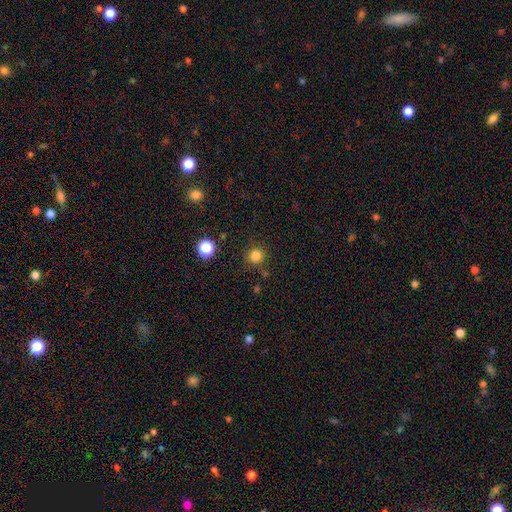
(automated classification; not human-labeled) This is clearly a smooth galaxy (82%). How rounded: clearly round (94%). Merging: clearly none (86%).